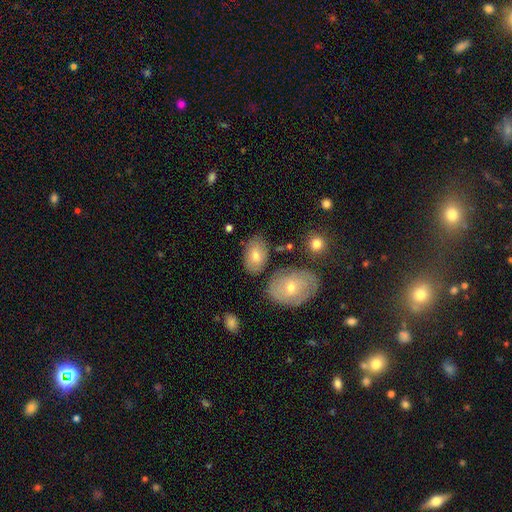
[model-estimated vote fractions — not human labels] A smooth galaxy with no disk features (70%) that is in between round and cigar-shaped (90%). Merging: none (70%).